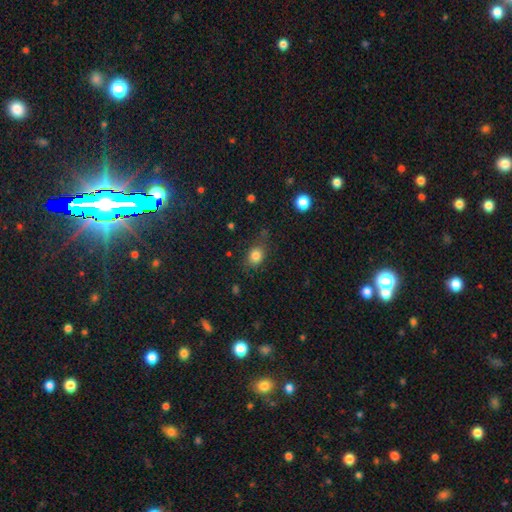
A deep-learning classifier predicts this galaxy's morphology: smooth-or-featured: smooth: 82% | star or artifact: 12% | featured or disk: 7%
  how-rounded: round: 50% | in between: 48% | cigar-shaped: 2%
  merging: none: 71% | minor disturbance: 20% | major disturbance: 6% | merger: 2%